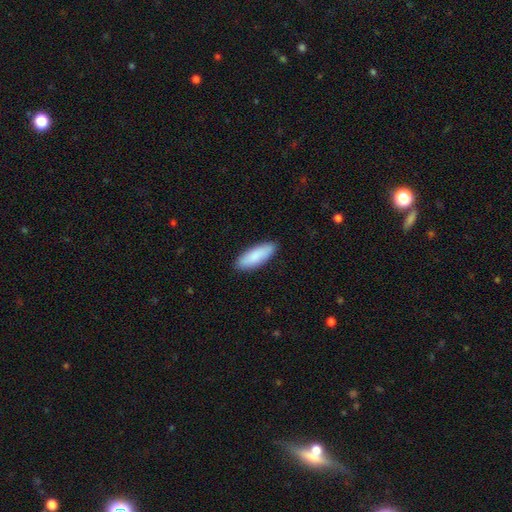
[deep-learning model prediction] Smooth or featured? Predicted: smooth (p=0.88). How rounded? Predicted: in between (p=0.61). Merging? Predicted: none (p=0.89).